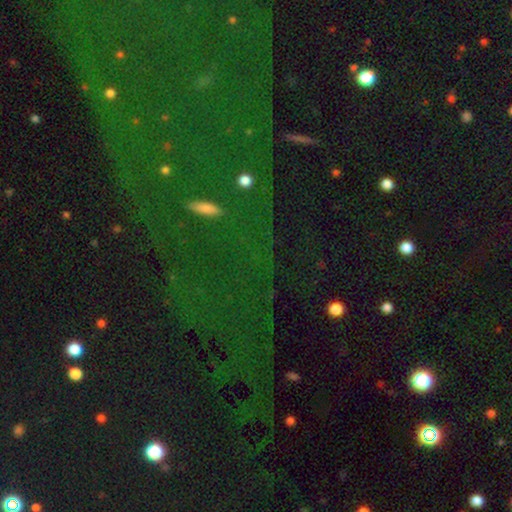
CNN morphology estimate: Smooth or featured? Predicted: star or artifact (p=0.70).